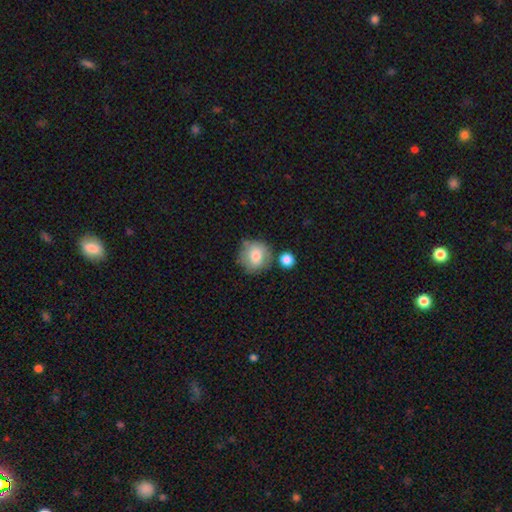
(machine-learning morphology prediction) Smooth or featured: smooth — 77% (featured or disk — 15%)
How rounded: round — 88% (in between — 11%)
Merging: none — 63% (minor disturbance — 19%)